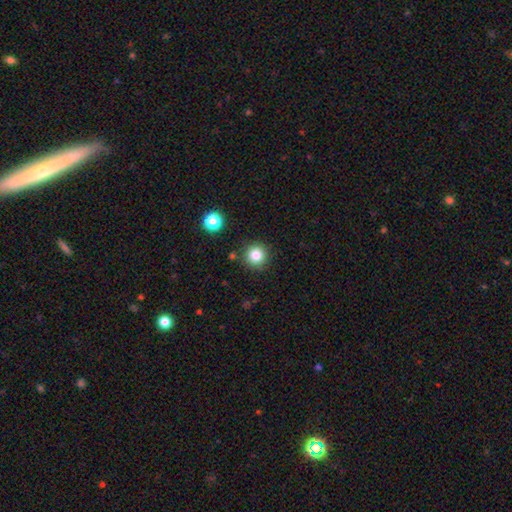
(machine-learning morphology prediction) smooth 83%, star or artifact 12%, featured or disk 5%. Down the decision tree: how rounded — round (95%); merging — none (86%).